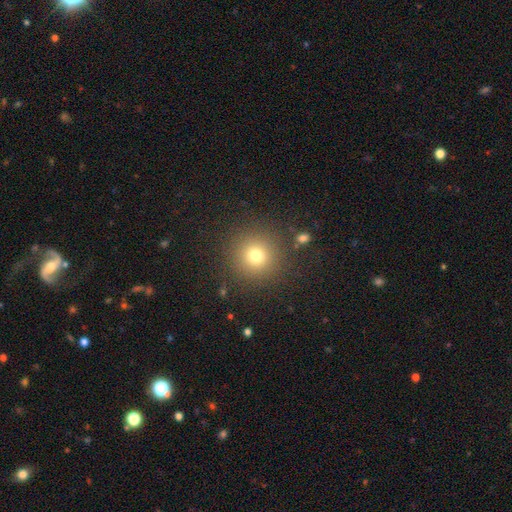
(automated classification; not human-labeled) This is likely a smooth galaxy (74%). How rounded: clearly round (95%). Merging: clearly none (87%).